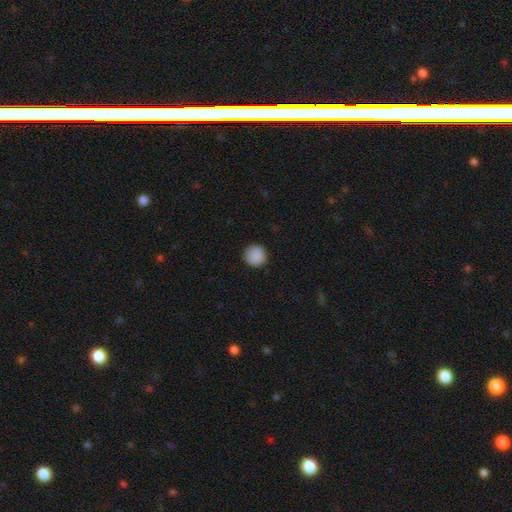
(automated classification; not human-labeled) Morphology: type=smooth (89%); roundness=round (94%); merging=none (90%).